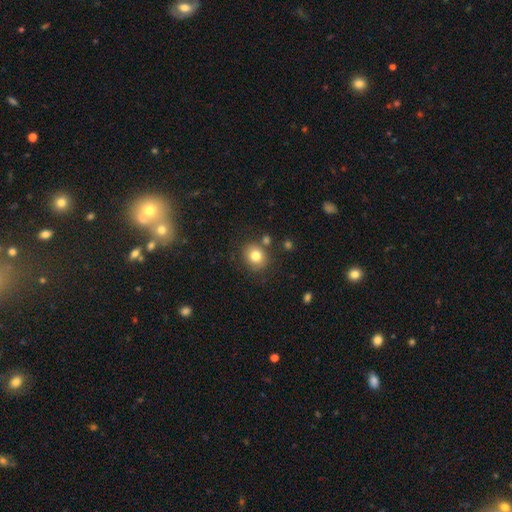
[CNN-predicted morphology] Smooth or featured? smooth (80%)
How rounded? round (73%)
Merging? none (77%)